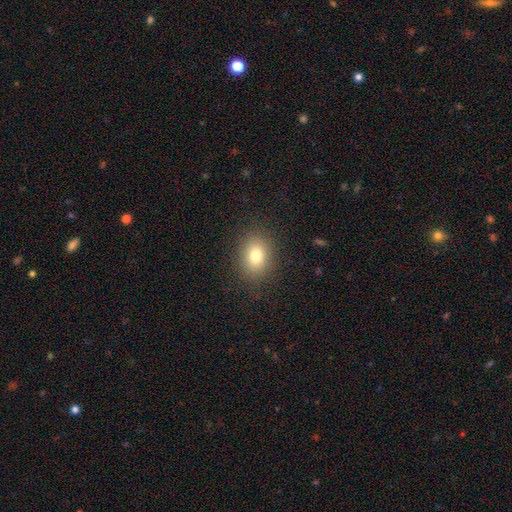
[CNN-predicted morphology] smooth_or_featured: smooth (p=0.79) [alt: star or artifact p=0.11]
how_rounded: in between (p=0.64) [alt: round p=0.35]
merging: none (p=0.86) [alt: minor disturbance p=0.09]